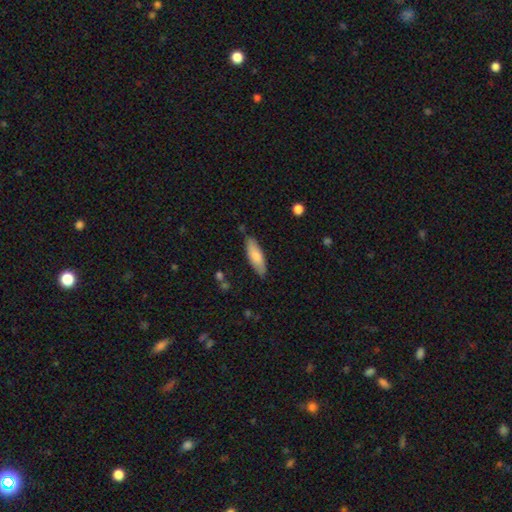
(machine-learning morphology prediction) A smooth galaxy with no disk features (77%) that is in between round and cigar-shaped (56%). Merging: none (83%).